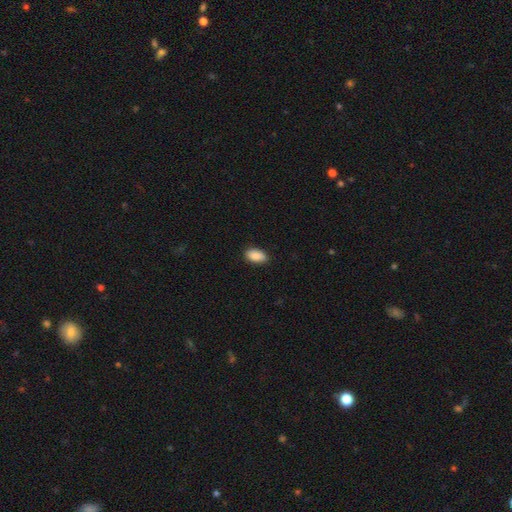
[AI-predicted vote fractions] Q: Smooth or featured?
A: smooth (89%); runner-up: star or artifact (7%)
Q: How rounded?
A: in between (92%); runner-up: round (6%)
Q: Merging?
A: none (86%); runner-up: minor disturbance (11%)